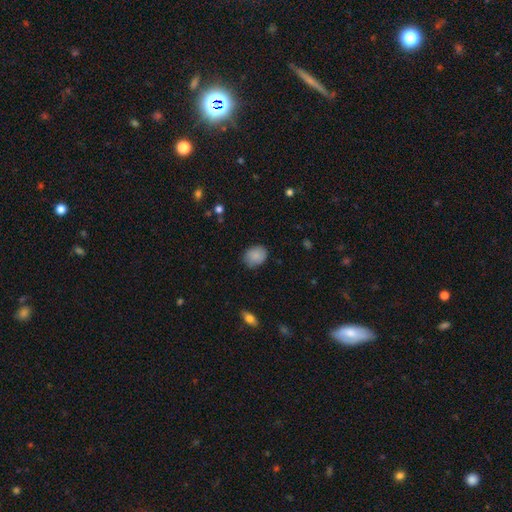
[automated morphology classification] Overall: smooth (86%). How rounded: in between (57%; round 42%). Merging: none (78%).